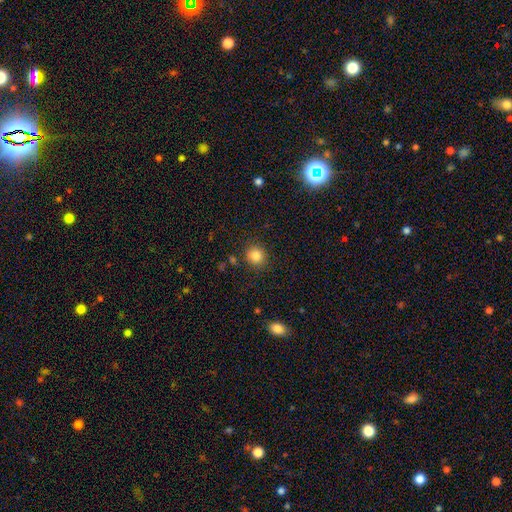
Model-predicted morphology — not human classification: Overall: smooth (84%). How rounded: round (88%). Merging: none (87%).